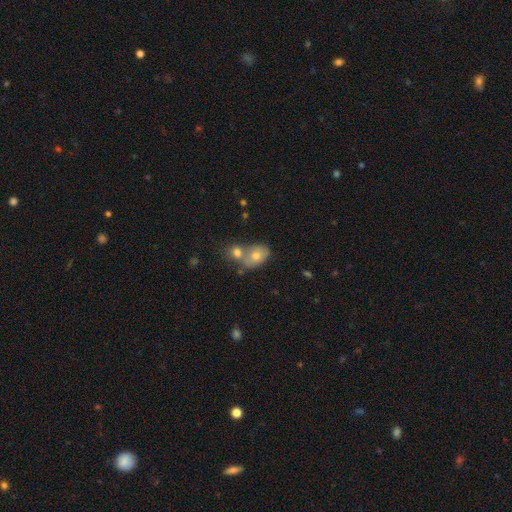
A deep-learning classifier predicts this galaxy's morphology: Smooth or featured?
  - smooth: 69% *
  - featured or disk: 20%
  - star or artifact: 11%
How rounded?
  - in between: 70% *
  - round: 28%
  - cigar-shaped: 2%
Merging?
  - merger: 52% *
  - none: 34%
  - minor disturbance: 10%
  - major disturbance: 4%